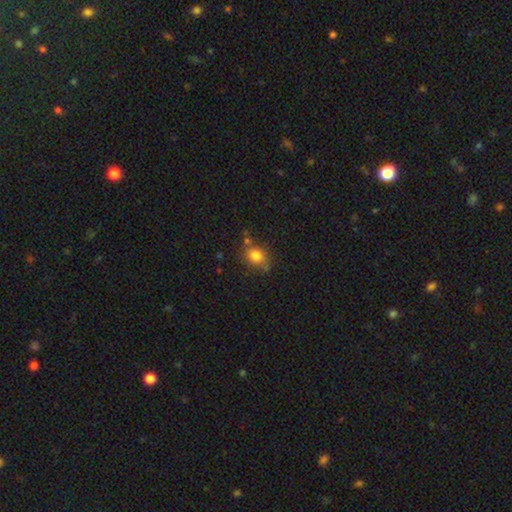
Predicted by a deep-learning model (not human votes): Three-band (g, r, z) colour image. It shows a smooth galaxy with no disk features (81%) that is round (54%). Merging: none (66%).